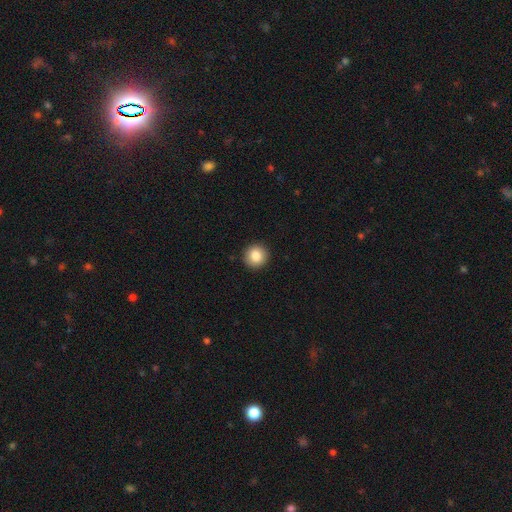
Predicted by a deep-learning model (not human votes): This appears to be a smooth galaxy with no disk features (85%) that is round (94%). Merging: none (93%).